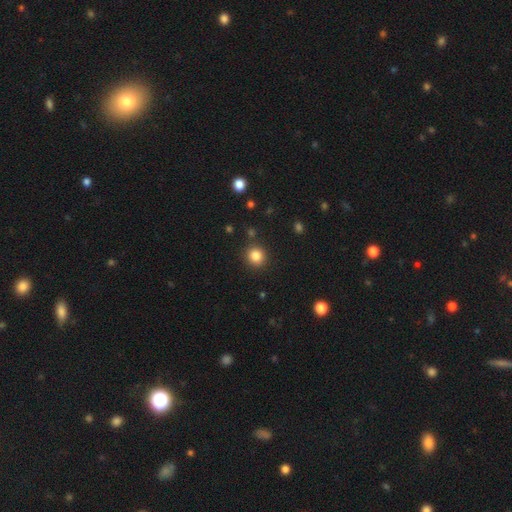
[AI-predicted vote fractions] Smooth or featured: smooth — 84% (star or artifact — 11%)
How rounded: round — 89% (in between — 10%)
Merging: none — 88% (minor disturbance — 7%)